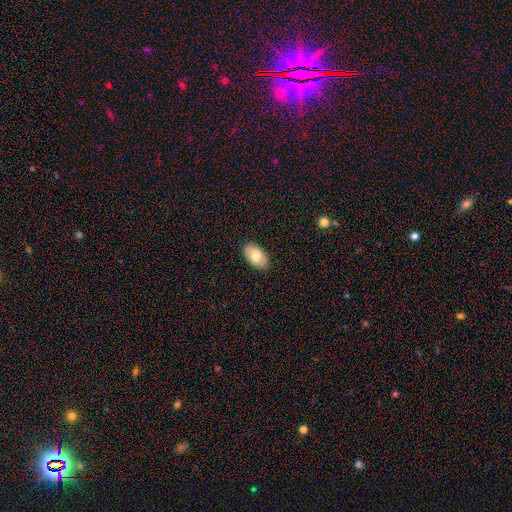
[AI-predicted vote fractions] smooth-or-featured: smooth: 77% | featured or disk: 17% | star or artifact: 6%
  how-rounded: in between: 94% | round: 5% | cigar-shaped: 1%
  merging: none: 87% | minor disturbance: 10% | major disturbance: 2% | merger: 1%